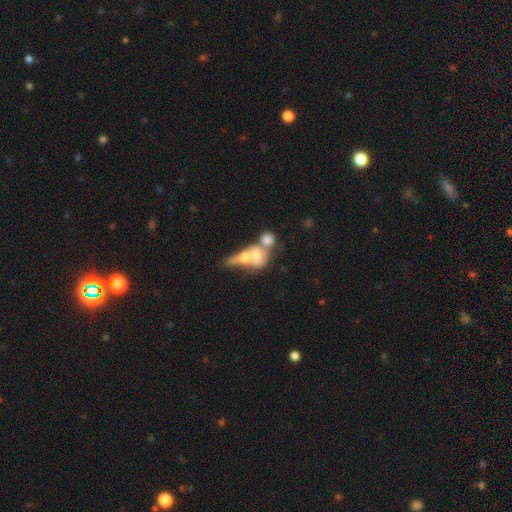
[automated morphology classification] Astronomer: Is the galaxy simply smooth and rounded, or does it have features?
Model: smooth — 52% (runner-up: featured or disk, 39%).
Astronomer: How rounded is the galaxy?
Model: in between — 57% (runner-up: round, 34%).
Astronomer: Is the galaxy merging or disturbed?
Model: merger — 75%.